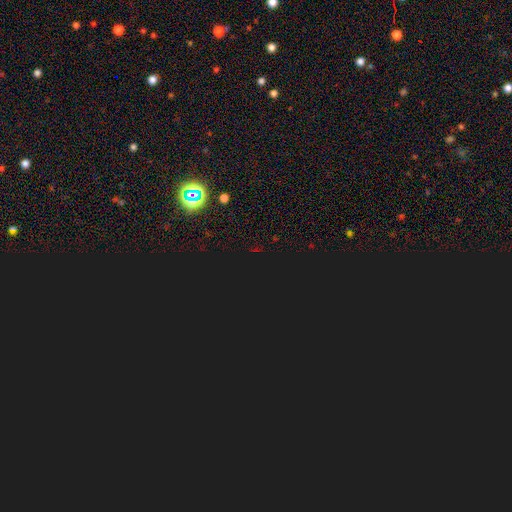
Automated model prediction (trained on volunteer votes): star or artifact 81%, smooth 12%, featured or disk 6%.